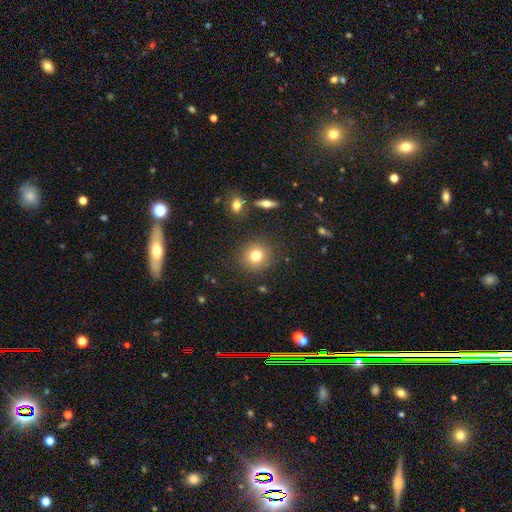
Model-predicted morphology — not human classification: This is likely a smooth galaxy (78%). How rounded: clearly round (91%). Merging: clearly none (88%).